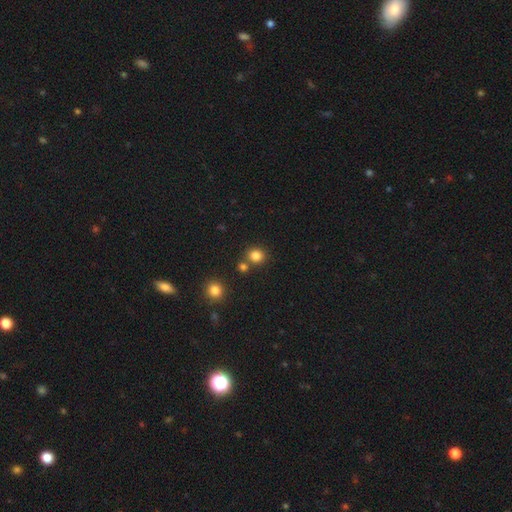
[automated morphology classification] Smooth or featured: smooth — 83% (star or artifact — 12%)
How rounded: round — 83% (in between — 16%)
Merging: none — 73% (merger — 16%)